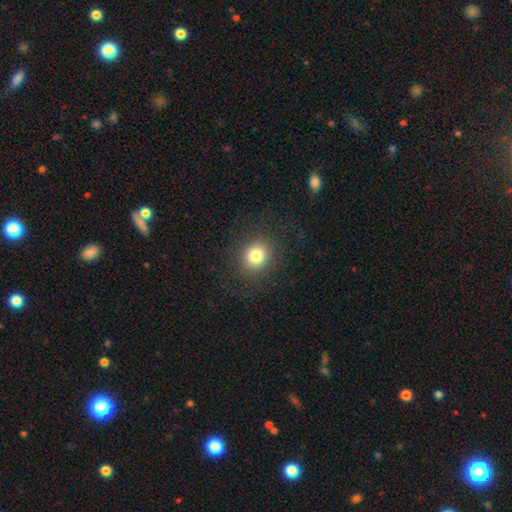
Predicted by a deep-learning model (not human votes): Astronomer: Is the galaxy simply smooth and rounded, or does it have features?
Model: smooth — 81%.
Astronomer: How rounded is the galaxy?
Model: round — 77%.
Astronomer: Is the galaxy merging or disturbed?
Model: none — 88%.